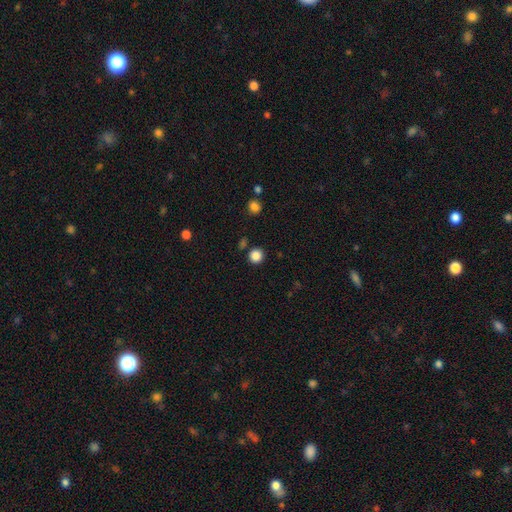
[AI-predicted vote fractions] This appears to be a smooth galaxy with no disk features (86%) that is round (93%). Merging: none (88%).